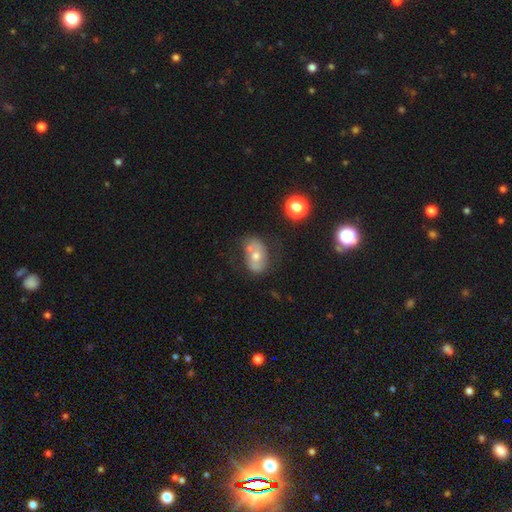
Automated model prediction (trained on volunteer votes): Smooth or featured? Predicted: featured or disk (p=0.47). Merging? Predicted: none (p=0.56).